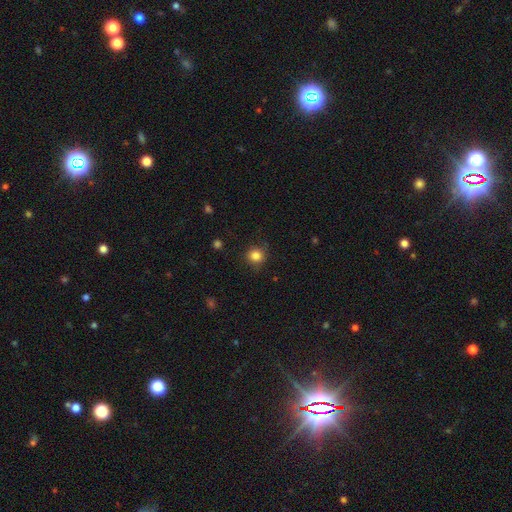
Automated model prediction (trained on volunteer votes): Smooth or featured: smooth — 84% (star or artifact — 11%)
How rounded: round — 90% (in between — 9%)
Merging: none — 85% (minor disturbance — 11%)